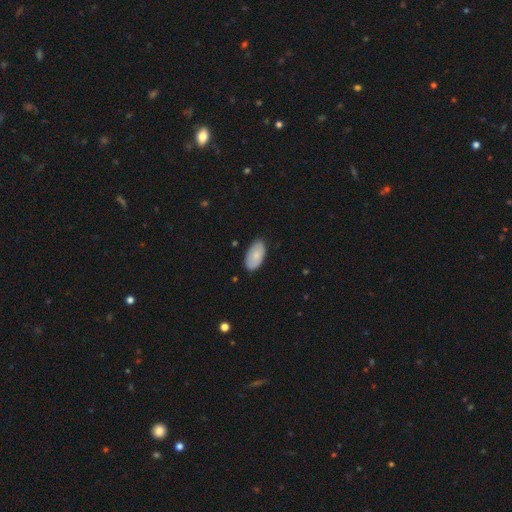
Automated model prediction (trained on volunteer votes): This is likely a smooth galaxy (80%). How rounded: clearly in between (96%). Merging: clearly none (83%).